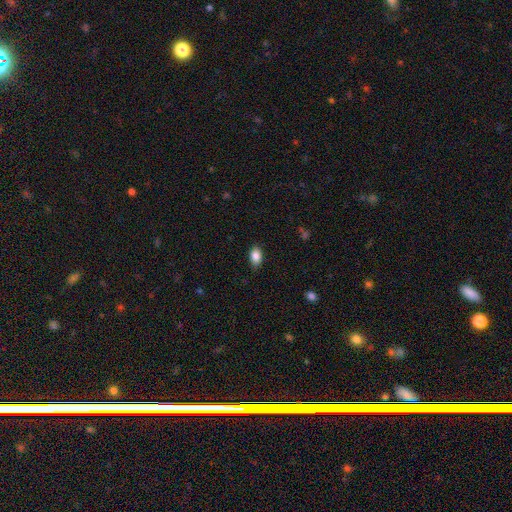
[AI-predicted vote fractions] smooth 86%, star or artifact 8%, featured or disk 6%. Down the decision tree: how rounded — in between (87%); merging — none (84%).